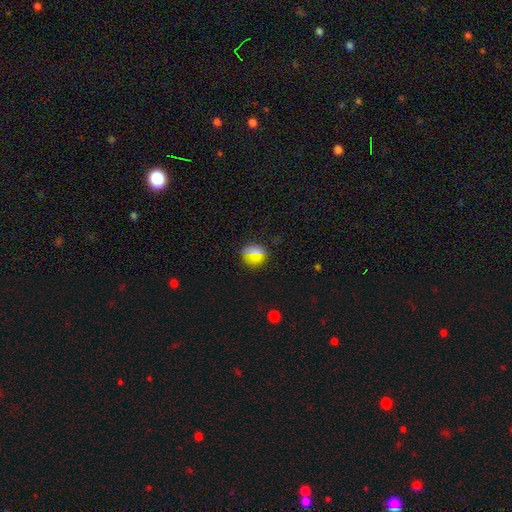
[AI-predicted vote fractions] smooth 70%, star or artifact 22%, featured or disk 8%. Down the decision tree: how rounded — round (84%); merging — none (85%).